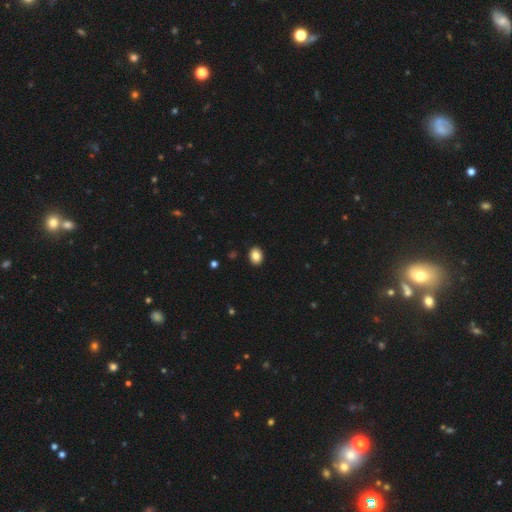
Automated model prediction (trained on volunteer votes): This appears to be a smooth galaxy with no disk features (86%) that is in between round and cigar-shaped (61%). Merging: none (91%).